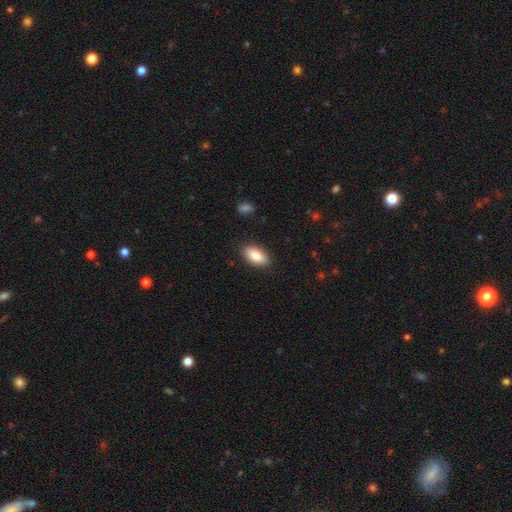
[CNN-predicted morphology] The model was most divided on "merging": none: 87%, minor disturbance: 10%, major disturbance: 2%, merger: 1%. More confident: how rounded — in between (92%); smooth or featured — smooth (87%).